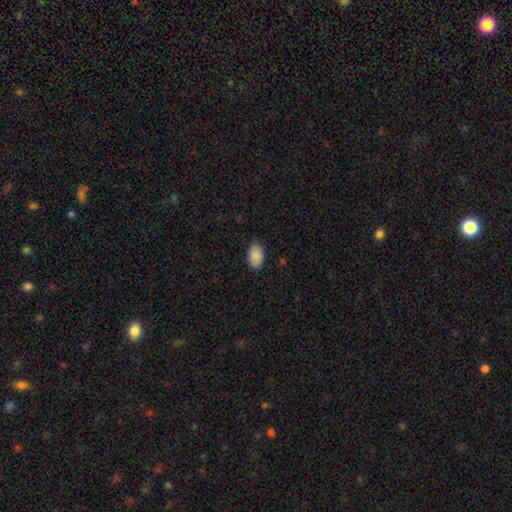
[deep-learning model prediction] The model was most divided on "merging": none: 86%, minor disturbance: 11%, major disturbance: 2%, merger: 1%. More confident: how rounded — in between (91%); smooth or featured — smooth (90%).